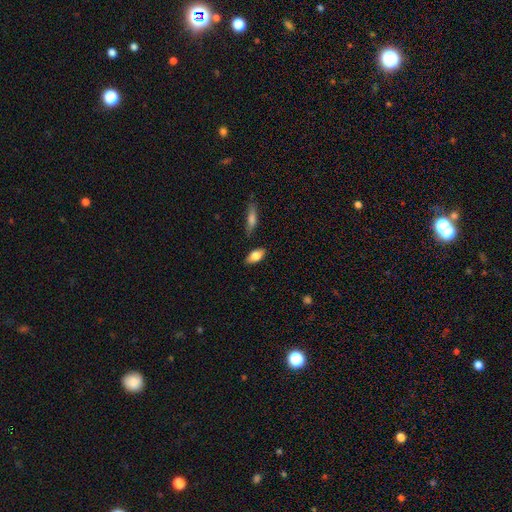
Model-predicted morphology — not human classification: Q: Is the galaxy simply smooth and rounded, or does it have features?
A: smooth — 77%.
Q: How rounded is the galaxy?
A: in between — 86%.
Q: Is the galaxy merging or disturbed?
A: none — 81%.